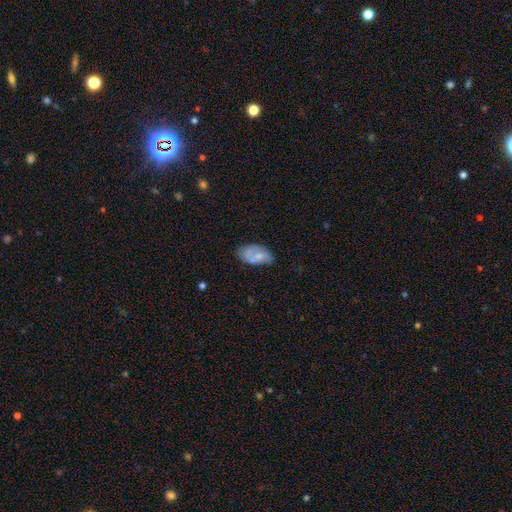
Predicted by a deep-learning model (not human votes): smooth-or-featured: smooth: 54% | featured or disk: 38% | star or artifact: 8%
  how-rounded: in between: 93% | round: 5% | cigar-shaped: 2%
  merging: none: 48% | minor disturbance: 31% | major disturbance: 12% | merger: 9%